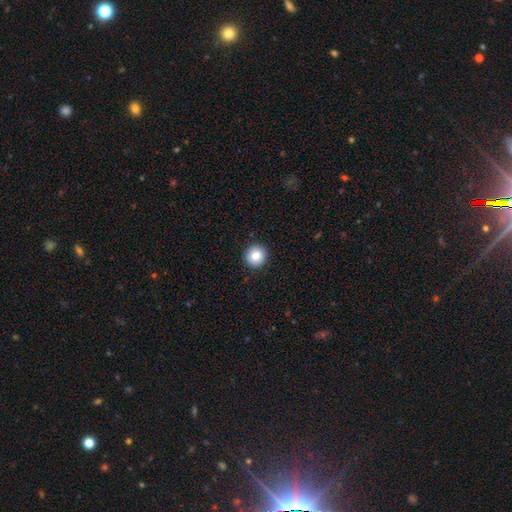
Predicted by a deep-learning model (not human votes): Smooth or featured? smooth (82%)
How rounded? round (95%)
Merging? none (93%)